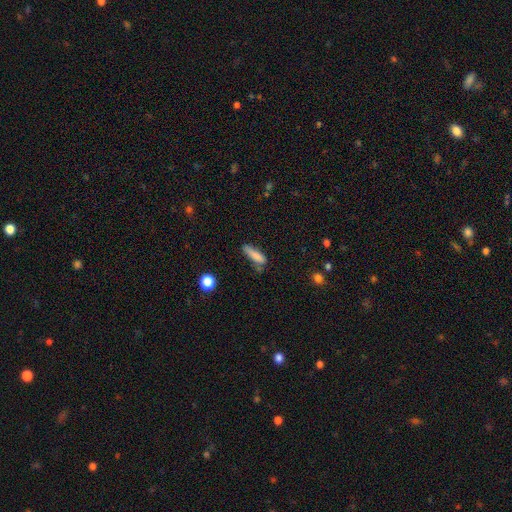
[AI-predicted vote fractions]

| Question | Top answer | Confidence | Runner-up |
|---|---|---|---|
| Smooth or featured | smooth | 80% | featured or disk (11%) |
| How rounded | cigar-shaped | 68% | in between (30%) |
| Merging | none | 53% | minor disturbance (31%) |